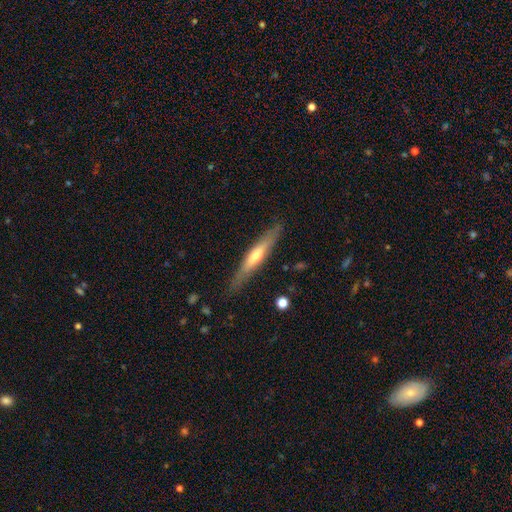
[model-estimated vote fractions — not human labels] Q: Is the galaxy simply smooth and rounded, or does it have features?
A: featured or disk — 52%.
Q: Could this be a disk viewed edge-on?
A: yes — 90%.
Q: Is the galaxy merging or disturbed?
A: none — 85%.